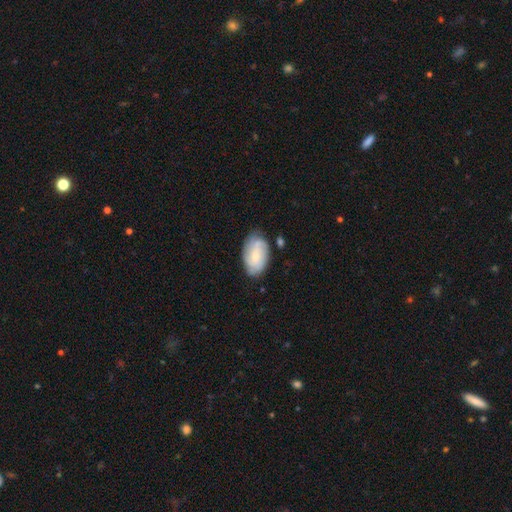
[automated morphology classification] A featured or disk galaxy (48%).

Vote fractions:
- Smooth or featured? featured or disk: 48% / smooth: 45% / star or artifact: 7%
- Merging? none: 69% / minor disturbance: 22% / major disturbance: 5% / merger: 3%